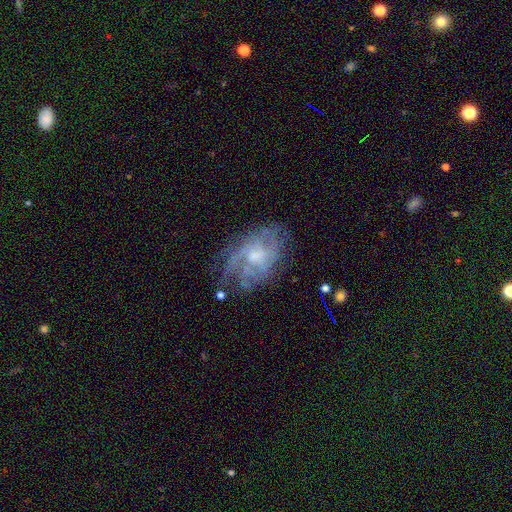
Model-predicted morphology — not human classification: Smooth or featured?
  - featured or disk: 75% *
  - smooth: 16%
  - star or artifact: 8%
Edge-on disk?
  - no: 96% *
  - yes: 4%
Bar?
  - no: 68% *
  - weak: 28%
  - strong: 4%
Spiral arms?
  - yes: 80% *
  - no: 20%
Spiral winding?
  - tight: 47% *
  - medium: 37%
  - loose: 17%
Spiral arm count?
  - can't tell: 52% *
  - 2: 13%
  - 3: 13%
  - 4: 11%
  - more than 4: 5%
  - 1: 5%
Bulge size?
  - moderate: 47% *
  - small: 39%
  - none: 8%
  - large: 4%
  - dominant: 1%
Merging?
  - none: 60% *
  - minor disturbance: 23%
  - major disturbance: 15%
  - merger: 2%